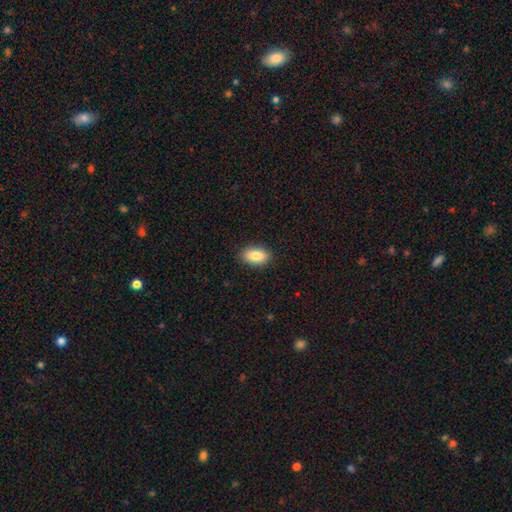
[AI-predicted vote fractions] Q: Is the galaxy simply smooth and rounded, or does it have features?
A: smooth — 85%.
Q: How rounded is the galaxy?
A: in between — 91%.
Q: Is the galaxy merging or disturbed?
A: none — 89%.